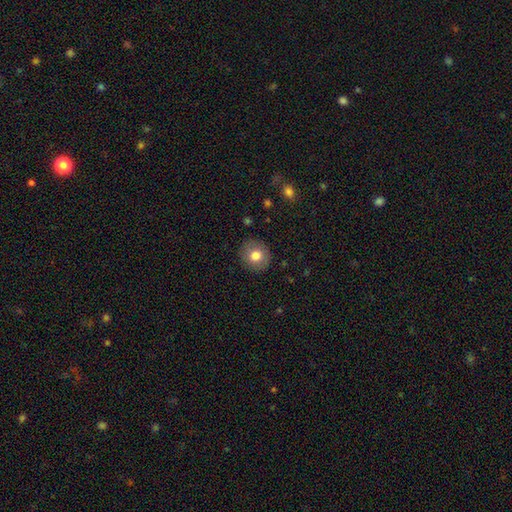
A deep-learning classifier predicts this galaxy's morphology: smooth-or-featured: smooth: 78% | featured or disk: 14% | star or artifact: 8%
  how-rounded: round: 88% | in between: 11% | cigar-shaped: 1%
  merging: none: 89% | minor disturbance: 8% | major disturbance: 2% | merger: 1%